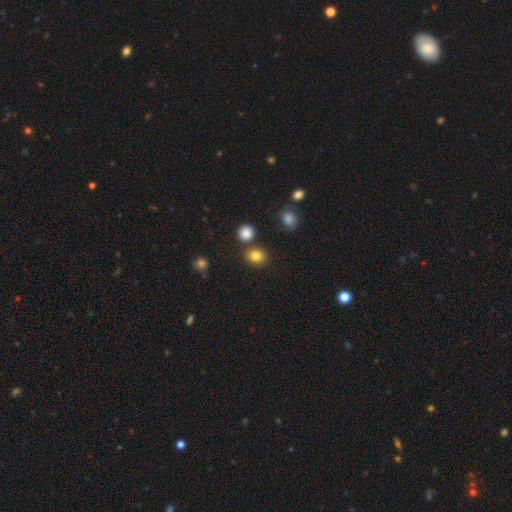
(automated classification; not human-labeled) smooth_or_featured: smooth (p=0.82) [alt: star or artifact p=0.13]
how_rounded: round (p=0.78) [alt: in between p=0.21]
merging: none (p=0.78) [alt: merger p=0.11]